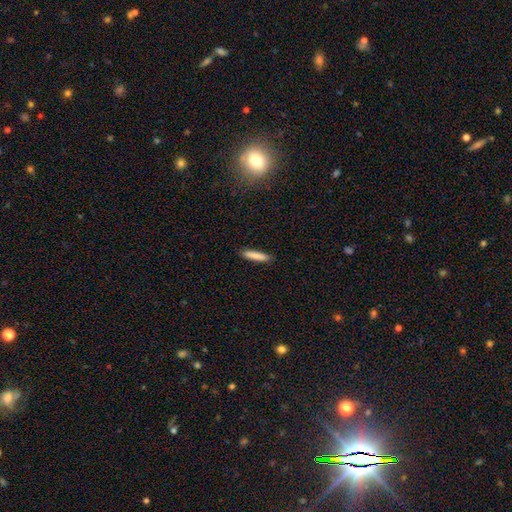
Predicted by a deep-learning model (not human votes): smooth-or-featured: smooth: 86% | featured or disk: 8% | star or artifact: 6%
  how-rounded: cigar-shaped: 86% | in between: 12% | round: 1%
  merging: none: 89% | minor disturbance: 8% | major disturbance: 2% | merger: 1%